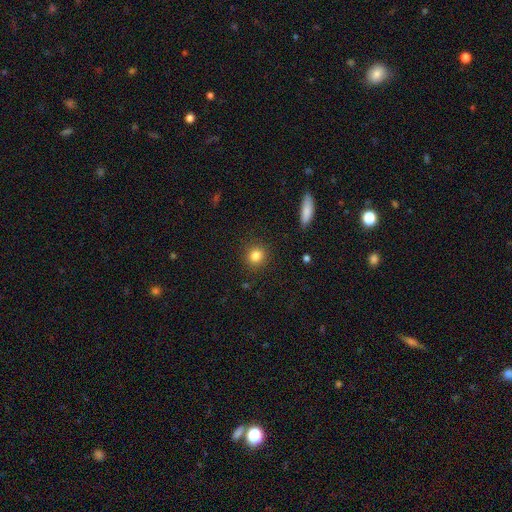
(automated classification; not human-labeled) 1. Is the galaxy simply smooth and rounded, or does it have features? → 84% smooth, 11% star or artifact, 5% featured or disk.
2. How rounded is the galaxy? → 86% round, 13% in between, 1% cigar-shaped.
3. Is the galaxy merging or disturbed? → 90% none, 6% minor disturbance, 2% major disturbance, 1% merger.